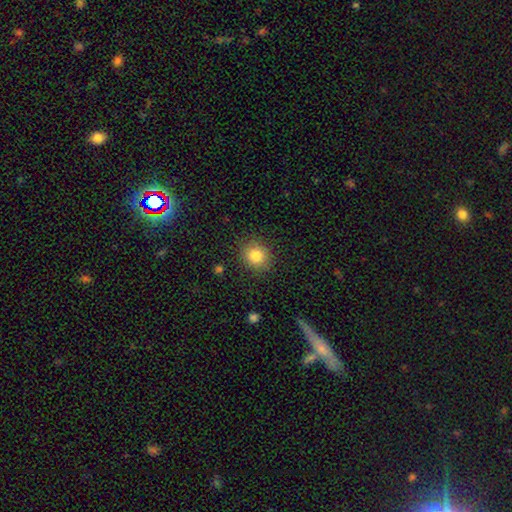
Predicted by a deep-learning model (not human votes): Smooth or featured? smooth (83%)
How rounded? round (79%)
Merging? none (86%)